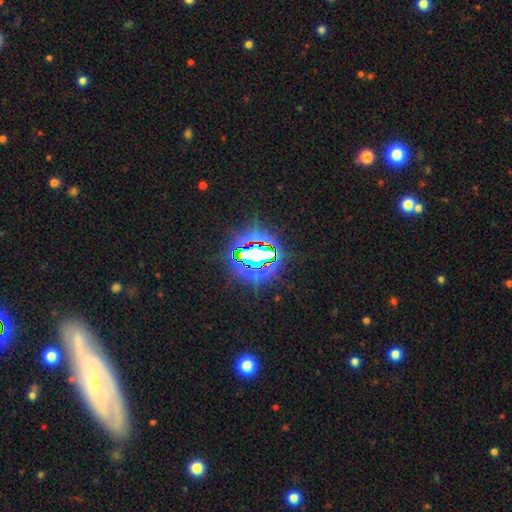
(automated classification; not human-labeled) A star or artifact, not a galaxy (77%).